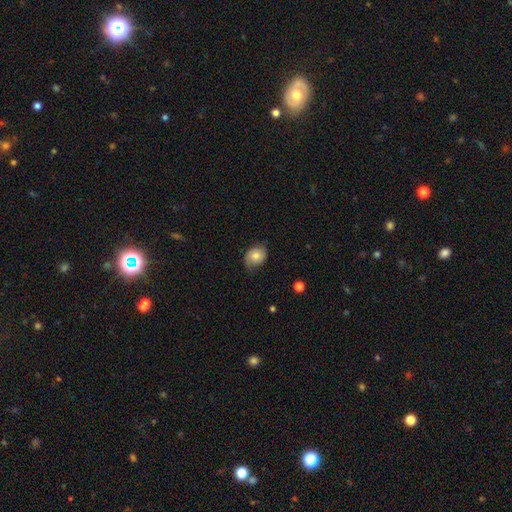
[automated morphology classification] This is possibly a smooth galaxy (52%). How rounded: possibly in between (52%). Merging: likely none (60%).